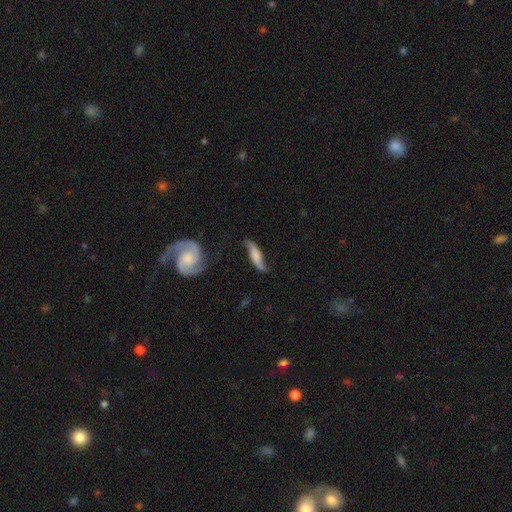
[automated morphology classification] The model was most divided on "bar": no: 55%, weak: 31%, strong: 14%. Remaining: spiral arms — yes (93%); edge-on disk — no (78%); smooth or featured — featured or disk (68%); merging — none (63%); bulge size — none (44%).